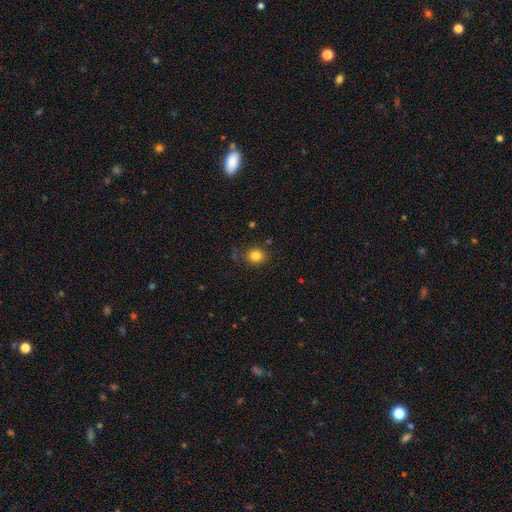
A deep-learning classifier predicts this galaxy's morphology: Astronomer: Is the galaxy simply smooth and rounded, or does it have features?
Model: smooth — 81%.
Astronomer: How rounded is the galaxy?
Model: round — 71%.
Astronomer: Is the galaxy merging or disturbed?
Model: none — 82%.